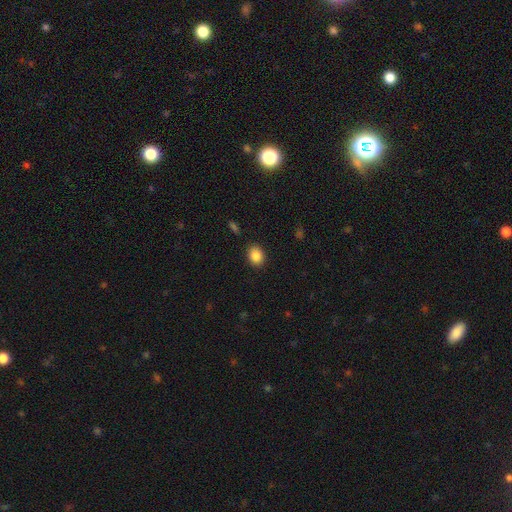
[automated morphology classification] This appears to be a smooth galaxy with no disk features (87%) that is in between round and cigar-shaped (53%). Merging: none (88%).